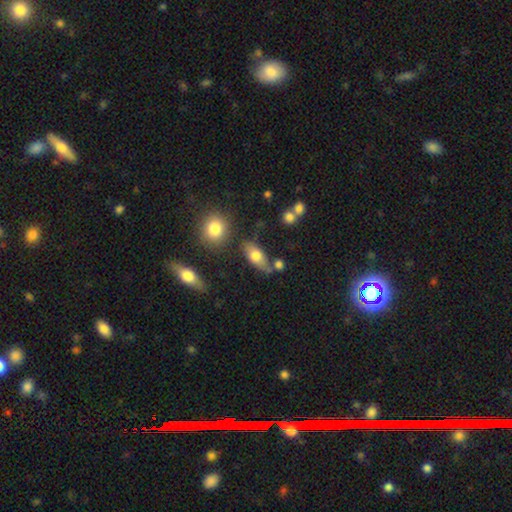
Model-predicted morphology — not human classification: Q: Smooth or featured?
A: smooth (71%); runner-up: featured or disk (21%)
Q: How rounded?
A: in between (82%); runner-up: cigar-shaped (11%)
Q: Merging?
A: none (63%); runner-up: minor disturbance (18%)